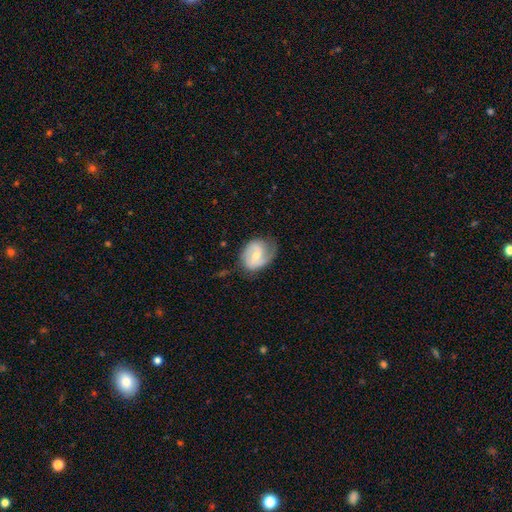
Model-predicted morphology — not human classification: Overall: featured or disk (67%; smooth 27%). Edge-on disk: no (97%). Bar: weak (48%; no 37%). Spiral arms: yes (90%). Spiral arm count: 2 (71%). Spiral winding: medium (45%; tight 30%). Bulge size: moderate (49%; small 45%). Merging: none (60%; minor disturbance 27%).